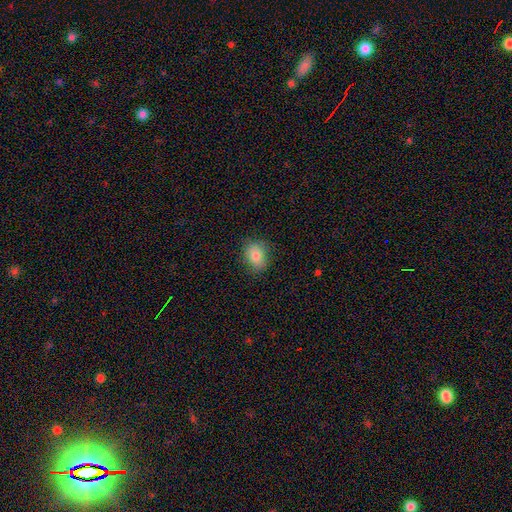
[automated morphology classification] Overall: smooth (82%). How rounded: in between (50%; round 49%). Merging: none (82%).